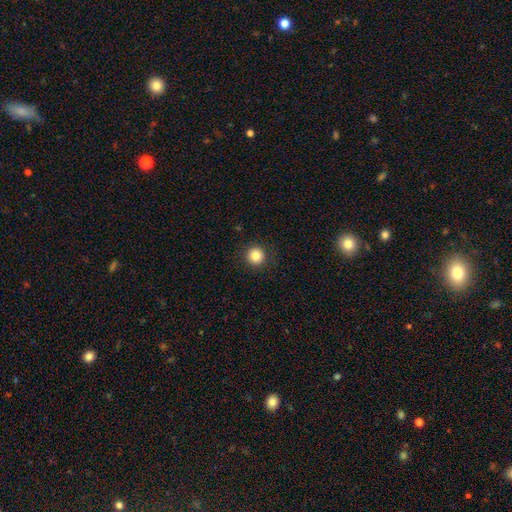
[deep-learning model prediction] Overall: smooth (84%). How rounded: round (96%). Merging: none (92%).